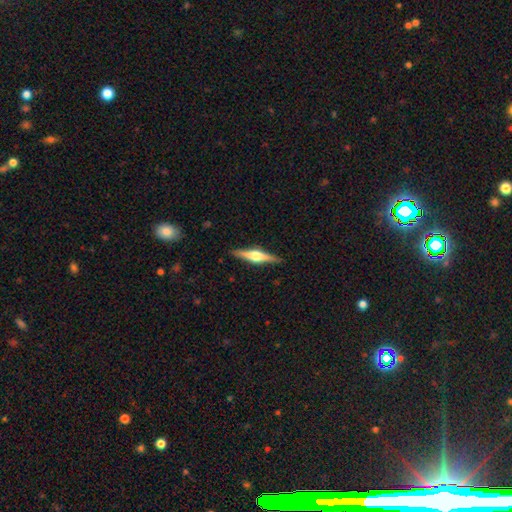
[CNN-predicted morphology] Q: Smooth or featured?
A: featured or disk (75%); runner-up: smooth (20%)
Q: Edge-on disk?
A: yes (98%); runner-up: no (2%)
Q: Edge-on bulge?
A: rounded (94%); runner-up: boxy (5%)
Q: Merging?
A: none (90%); runner-up: minor disturbance (7%)